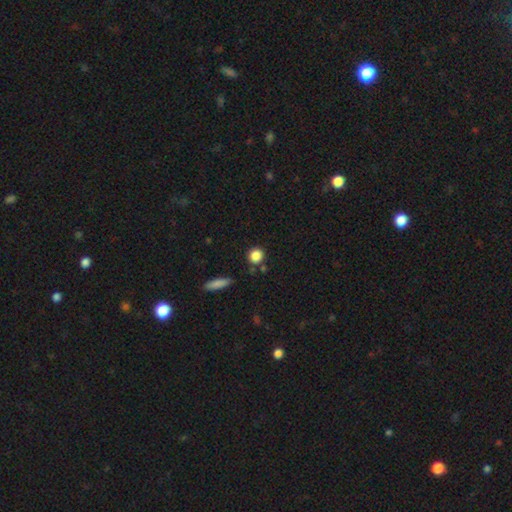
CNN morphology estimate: This is clearly a smooth galaxy (85%). How rounded: clearly round (88%). Merging: clearly none (82%).